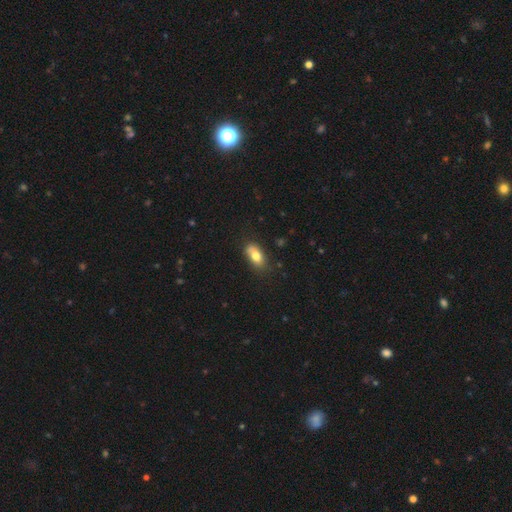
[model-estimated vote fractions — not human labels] This appears to be a smooth galaxy with no disk features (77%) that is in between round and cigar-shaped (88%). Merging: none (65%).